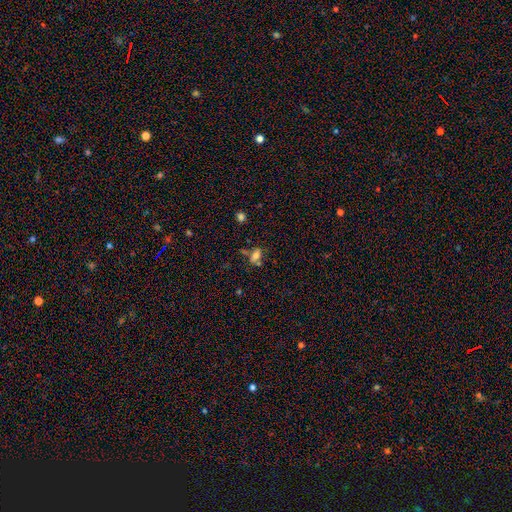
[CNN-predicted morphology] Q: Smooth or featured?
A: smooth (65%); runner-up: featured or disk (20%)
Q: How rounded?
A: in between (80%); runner-up: round (13%)
Q: Merging?
A: none (52%); runner-up: merger (21%)